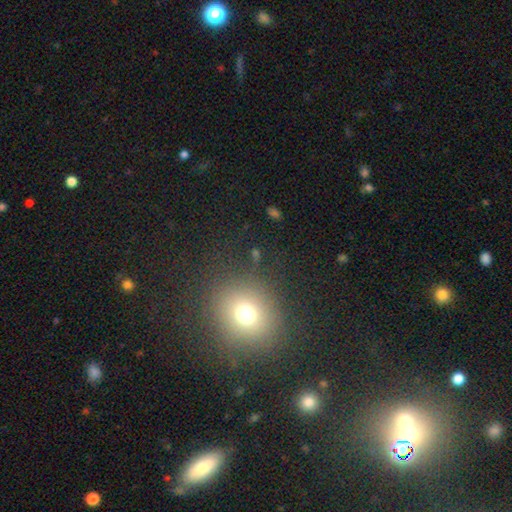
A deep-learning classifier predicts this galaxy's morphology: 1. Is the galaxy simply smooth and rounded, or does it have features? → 67% smooth, 24% star or artifact, 9% featured or disk.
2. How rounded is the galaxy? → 82% round, 17% in between, 1% cigar-shaped.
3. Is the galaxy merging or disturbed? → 86% none, 8% minor disturbance, 4% major disturbance, 2% merger.